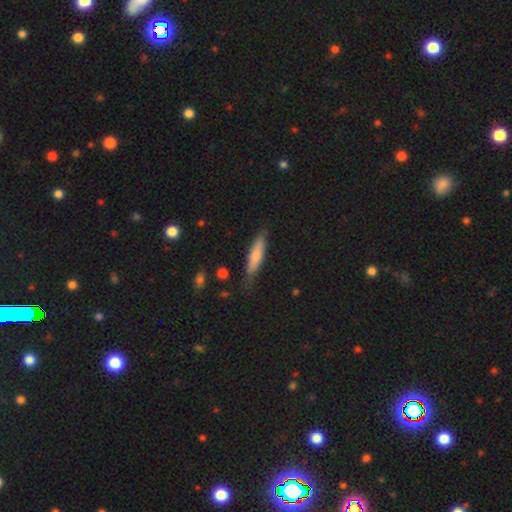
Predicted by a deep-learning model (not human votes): smooth-or-featured: smooth: 73% | featured or disk: 21% | star or artifact: 6%
  how-rounded: cigar-shaped: 79% | in between: 20% | round: 1%
  merging: none: 75% | minor disturbance: 19% | major disturbance: 4% | merger: 2%